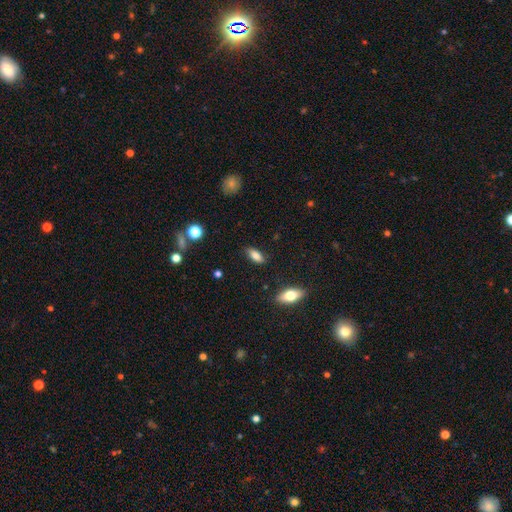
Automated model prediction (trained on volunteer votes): Smooth or featured: smooth — 82% (featured or disk — 10%)
How rounded: in between — 83% (cigar-shaped — 14%)
Merging: none — 82% (minor disturbance — 13%)